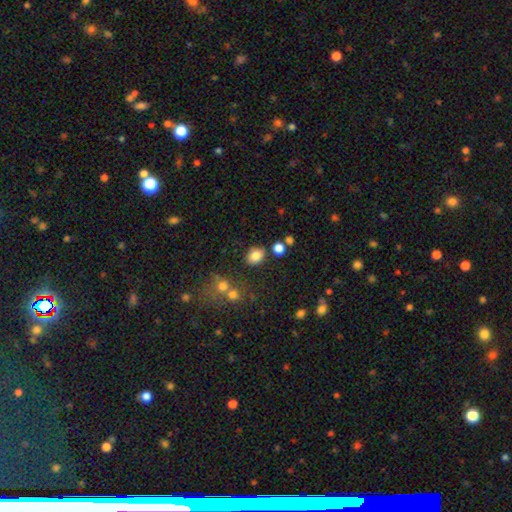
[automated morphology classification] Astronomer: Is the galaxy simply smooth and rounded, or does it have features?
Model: smooth — 83%.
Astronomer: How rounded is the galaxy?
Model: in between — 57% (runner-up: round, 42%).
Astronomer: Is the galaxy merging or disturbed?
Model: none — 78%.